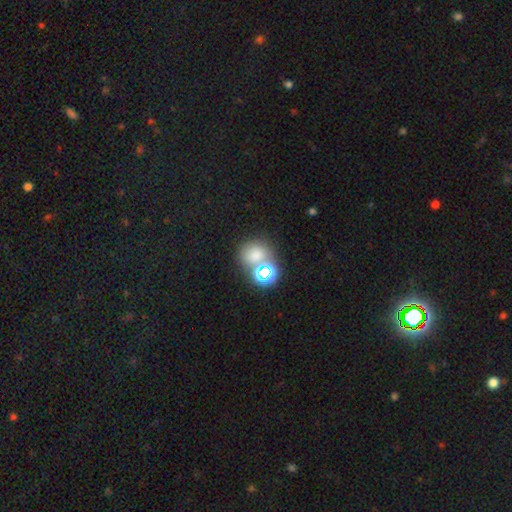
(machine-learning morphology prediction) Smooth or featured: smooth — 65% (star or artifact — 27%)
How rounded: round — 75% (in between — 24%)
Merging: none — 57% (merger — 29%)